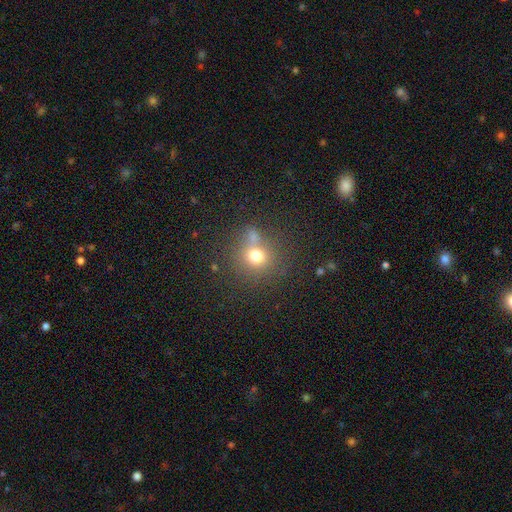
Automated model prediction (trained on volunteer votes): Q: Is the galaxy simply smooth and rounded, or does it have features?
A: smooth — 72%.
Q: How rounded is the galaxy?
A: round — 85%.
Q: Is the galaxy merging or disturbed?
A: none — 66%.